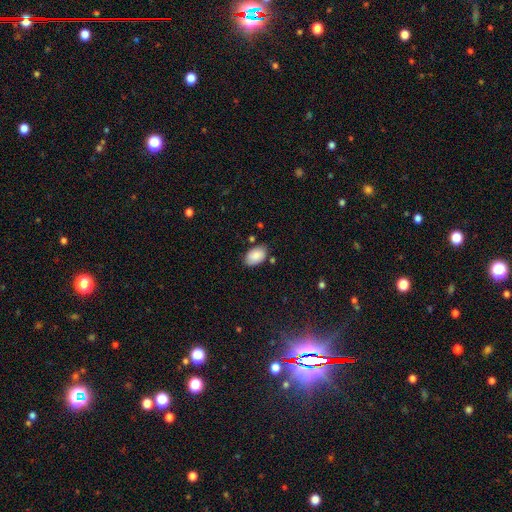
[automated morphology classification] smooth 86%, star or artifact 7%, featured or disk 7%. Down the decision tree: how rounded — in between (93%); merging — none (76%).